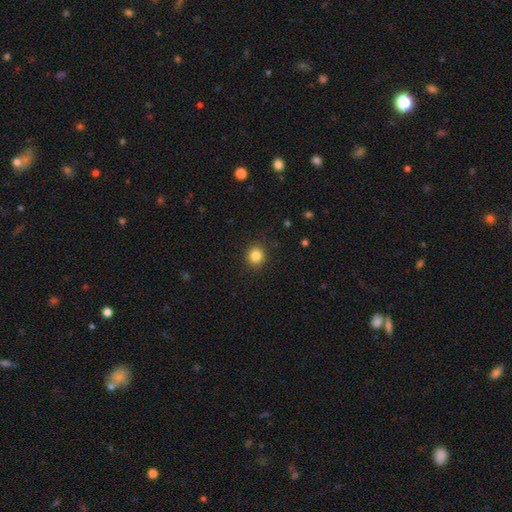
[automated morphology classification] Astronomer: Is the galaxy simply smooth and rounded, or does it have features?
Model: smooth — 84%.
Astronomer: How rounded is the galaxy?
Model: round — 86%.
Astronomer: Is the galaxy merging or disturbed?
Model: none — 90%.